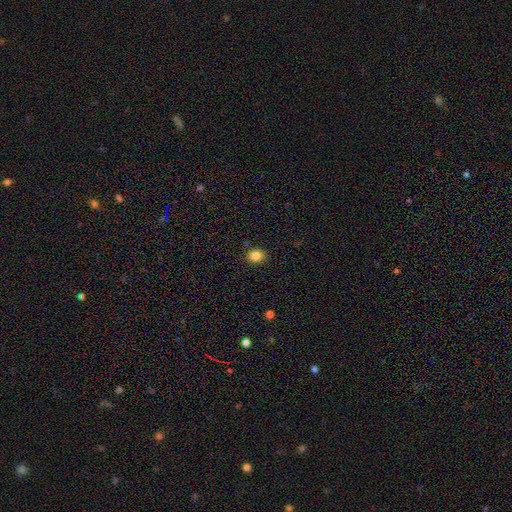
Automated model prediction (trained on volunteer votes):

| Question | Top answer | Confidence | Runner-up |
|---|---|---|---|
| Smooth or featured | smooth | 84% | star or artifact (11%) |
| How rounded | round | 71% | in between (28%) |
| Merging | none | 86% | minor disturbance (10%) |